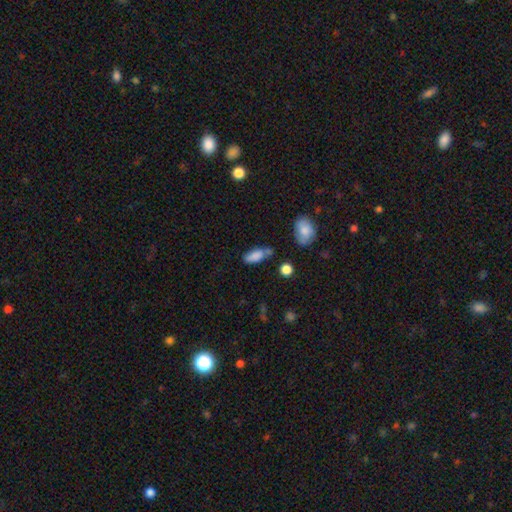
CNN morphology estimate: smooth-or-featured: smooth: 81% | featured or disk: 11% | star or artifact: 8%
  how-rounded: in between: 78% | cigar-shaped: 18% | round: 3%
  merging: none: 54% | minor disturbance: 26% | merger: 13% | major disturbance: 8%